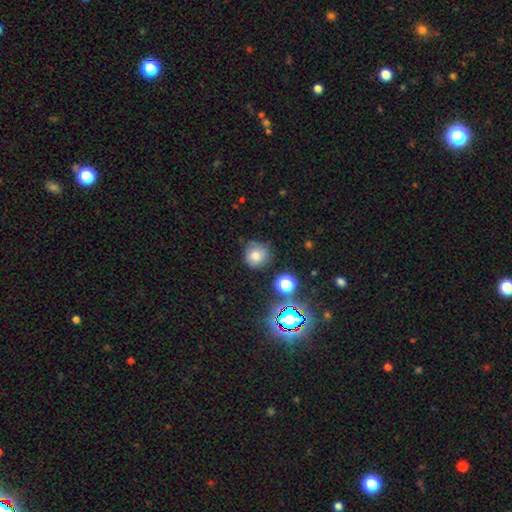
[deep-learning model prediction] This is likely a smooth galaxy (74%). How rounded: clearly round (91%). Merging: likely none (75%).